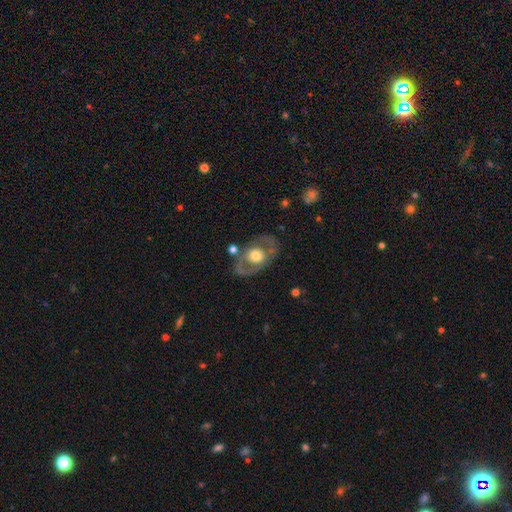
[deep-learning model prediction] This appears to be a featured or disk galaxy (59%) with no bar (85%), no spiral arms (75%) and a moderate central bulge (56%). Merging: none (71%).